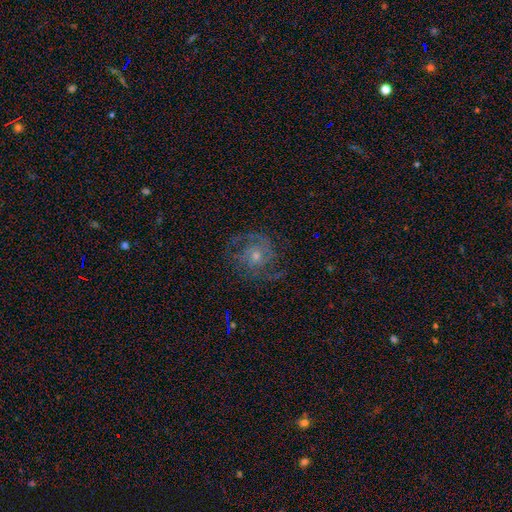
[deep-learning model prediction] Q: Smooth or featured?
A: featured or disk (83%); runner-up: star or artifact (9%)
Q: Edge-on disk?
A: no (98%); runner-up: yes (2%)
Q: Bar?
A: no (74%); runner-up: weak (22%)
Q: Spiral arms?
A: yes (95%); runner-up: no (5%)
Q: Spiral winding?
A: medium (47%); runner-up: tight (40%)
Q: Spiral arm count?
A: 2 (48%); runner-up: 3 (21%)
Q: Bulge size?
A: small (51%); runner-up: moderate (44%)
Q: Merging?
A: none (73%); runner-up: minor disturbance (15%)